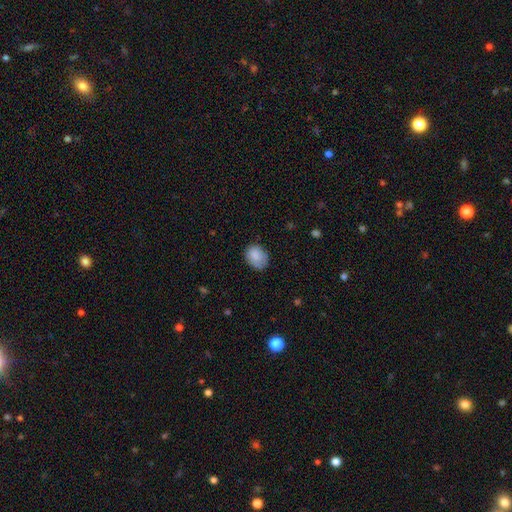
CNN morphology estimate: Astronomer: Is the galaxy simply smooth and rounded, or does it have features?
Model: smooth — 85%.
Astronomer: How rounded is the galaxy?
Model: in between — 57% (runner-up: round, 42%).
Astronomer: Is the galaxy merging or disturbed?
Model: none — 70%.